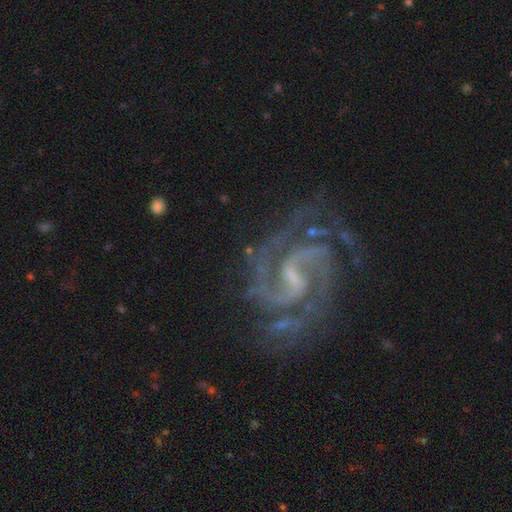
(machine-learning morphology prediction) featured or disk 93%, star or artifact 5%, smooth 2%. Down the decision tree: edge-on disk — no (98%); bar — weak (59%); spiral arms — yes (99%); spiral arm count — 2 (84%); spiral winding — medium (62%); bulge size — small (60%); merging — none (68%).